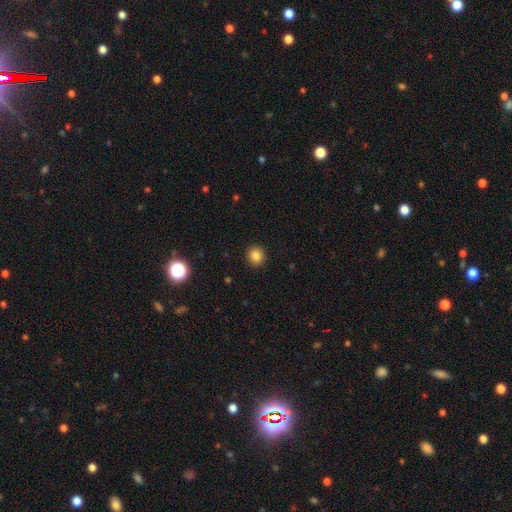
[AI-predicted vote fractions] Smooth or featured: smooth — 84% (star or artifact — 11%)
How rounded: round — 84% (in between — 15%)
Merging: none — 91% (minor disturbance — 6%)